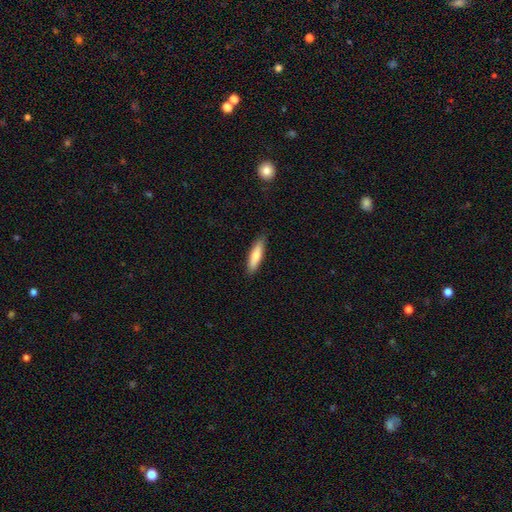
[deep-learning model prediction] Morphology: type=smooth (75%); roundness=cigar-shaped (73%); merging=none (88%).